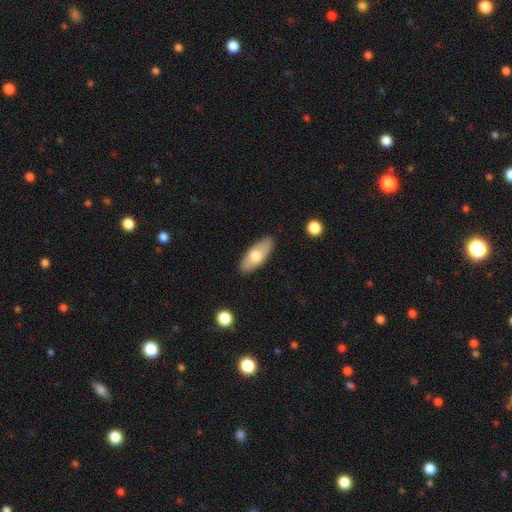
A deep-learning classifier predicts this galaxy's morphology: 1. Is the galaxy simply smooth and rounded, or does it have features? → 67% smooth, 28% featured or disk, 6% star or artifact.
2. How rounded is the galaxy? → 81% in between, 17% cigar-shaped, 2% round.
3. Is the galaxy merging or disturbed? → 87% none, 10% minor disturbance, 2% major disturbance, 1% merger.